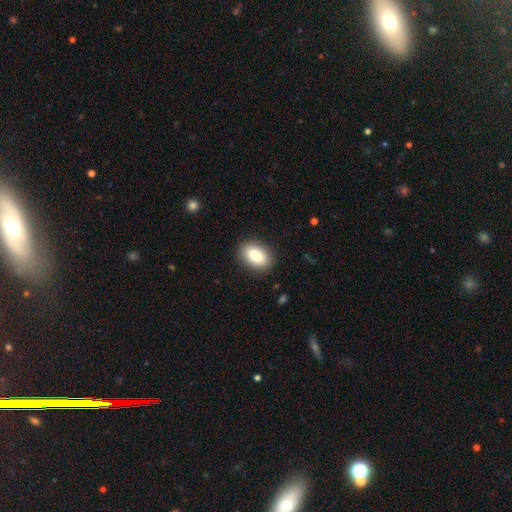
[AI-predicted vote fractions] Overall: smooth (84%). How rounded: in between (86%). Merging: none (89%).